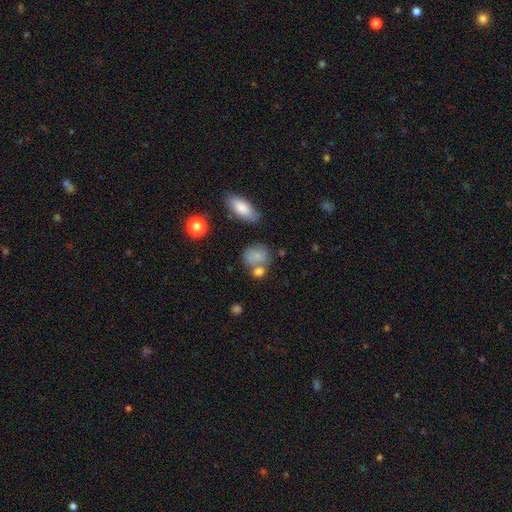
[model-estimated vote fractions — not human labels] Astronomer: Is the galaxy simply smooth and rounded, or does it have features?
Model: smooth — 73%.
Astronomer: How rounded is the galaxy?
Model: round — 62%.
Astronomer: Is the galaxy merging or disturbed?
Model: none — 47% (runner-up: merger, 27%).